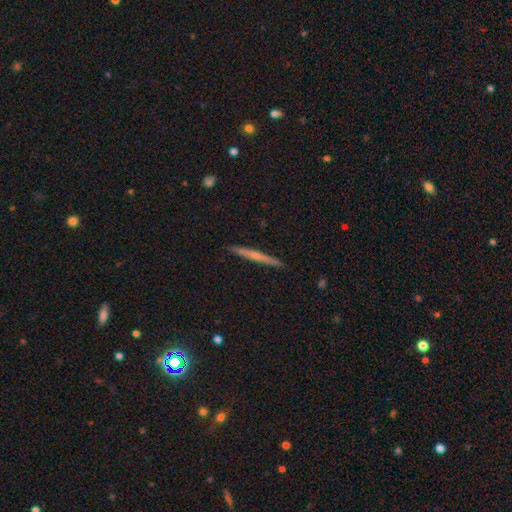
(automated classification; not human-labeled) Q: Smooth or featured?
A: featured or disk (60%); runner-up: smooth (34%)
Q: Edge-on disk?
A: yes (98%); runner-up: no (2%)
Q: Edge-on bulge?
A: rounded (51%); runner-up: none (44%)
Q: Merging?
A: none (91%); runner-up: minor disturbance (6%)